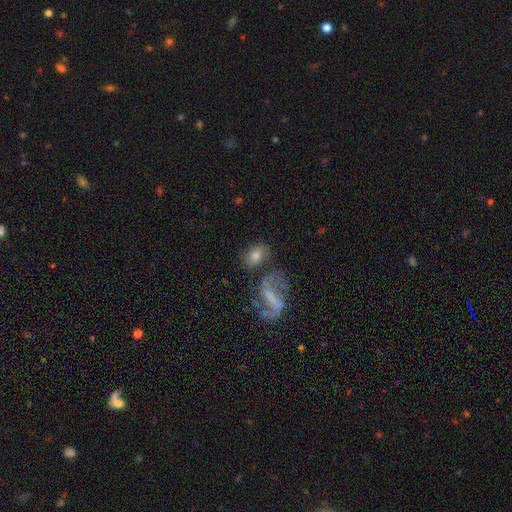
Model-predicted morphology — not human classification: Overall: smooth (57%; featured or disk 32%). How rounded: in between (76%). Merging: none (56%; merger 18%).